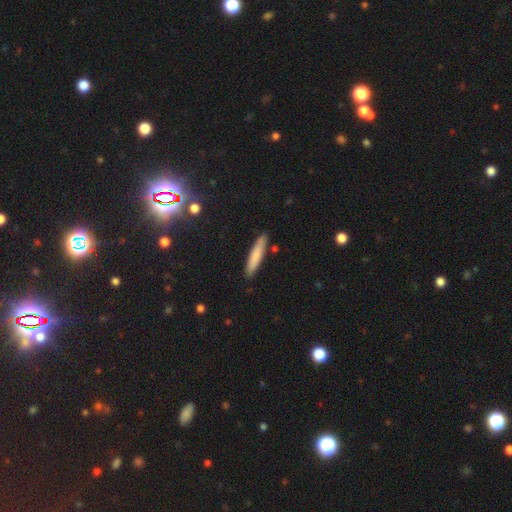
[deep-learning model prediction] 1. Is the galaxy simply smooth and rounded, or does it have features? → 79% smooth, 15% featured or disk, 6% star or artifact.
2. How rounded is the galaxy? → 88% cigar-shaped, 11% in between, 1% round.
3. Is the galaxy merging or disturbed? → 87% none, 9% minor disturbance, 2% merger, 2% major disturbance.